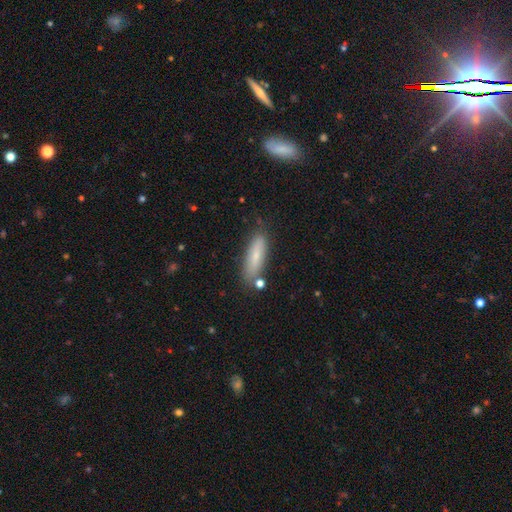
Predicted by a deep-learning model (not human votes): The model was most divided on "how rounded": cigar-shaped: 60%, in between: 38%, round: 2%. More confident: merging — none (79%); smooth or featured — smooth (73%).